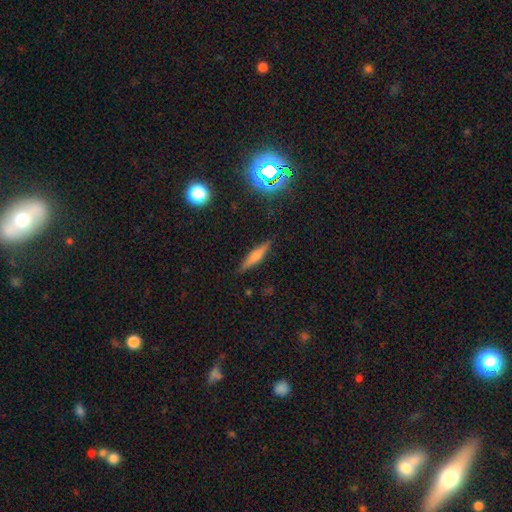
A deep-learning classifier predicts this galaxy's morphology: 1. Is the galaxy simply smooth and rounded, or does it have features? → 49% smooth, 38% featured or disk, 13% star or artifact.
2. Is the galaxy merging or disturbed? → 86% none, 10% minor disturbance, 2% major disturbance, 1% merger.